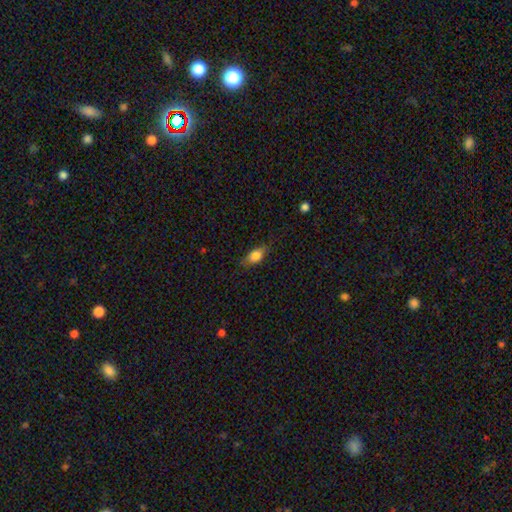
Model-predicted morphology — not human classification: smooth-or-featured: smooth: 81% | featured or disk: 11% | star or artifact: 8%
  how-rounded: in between: 83% | cigar-shaped: 9% | round: 7%
  merging: none: 74% | minor disturbance: 20% | major disturbance: 5% | merger: 1%